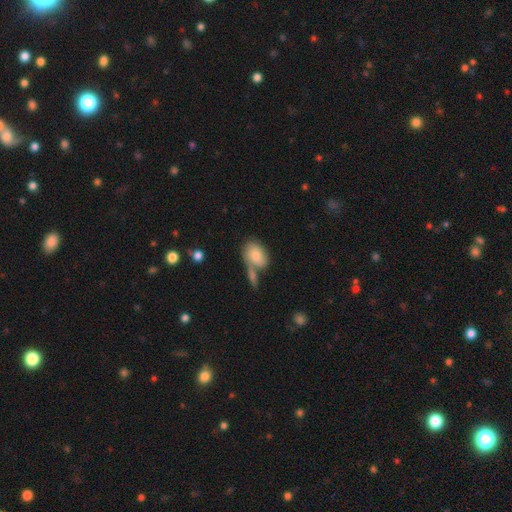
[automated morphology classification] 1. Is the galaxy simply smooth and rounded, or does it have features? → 78% smooth, 15% featured or disk, 7% star or artifact.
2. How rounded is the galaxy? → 83% in between, 15% round, 2% cigar-shaped.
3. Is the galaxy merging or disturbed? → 42% none, 35% merger, 15% minor disturbance, 8% major disturbance.